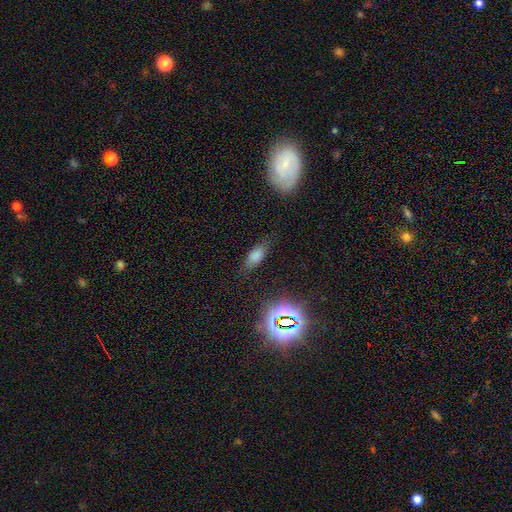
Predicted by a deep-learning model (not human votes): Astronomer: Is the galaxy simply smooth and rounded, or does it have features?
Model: smooth — 70%.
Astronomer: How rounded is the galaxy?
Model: in between — 74%.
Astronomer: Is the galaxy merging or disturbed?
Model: none — 77%.